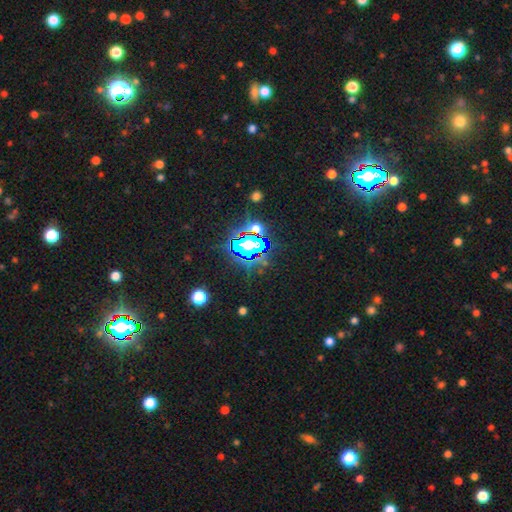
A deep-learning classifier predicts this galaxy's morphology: type=star or artifact (71%).